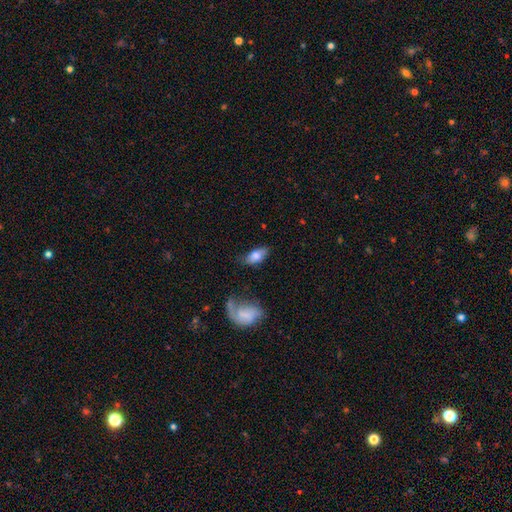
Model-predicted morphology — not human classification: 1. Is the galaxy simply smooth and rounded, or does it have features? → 74% smooth, 19% featured or disk, 7% star or artifact.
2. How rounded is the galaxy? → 88% in between, 8% cigar-shaped, 5% round.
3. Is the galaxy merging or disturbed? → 64% none, 23% minor disturbance, 8% major disturbance, 5% merger.